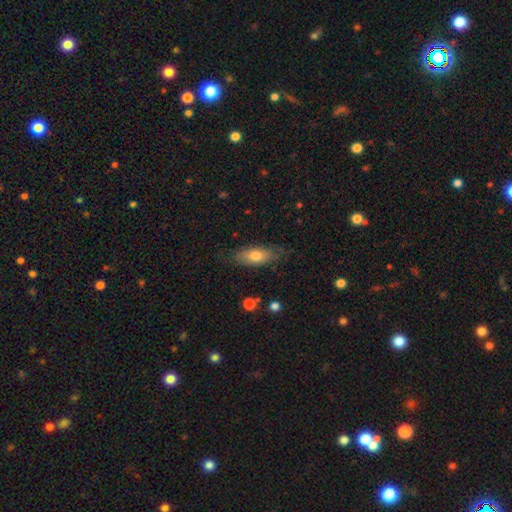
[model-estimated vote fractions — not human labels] This appears to be a smooth galaxy with no disk features (71%) that is in between round and cigar-shaped (77%). Merging: none (70%).